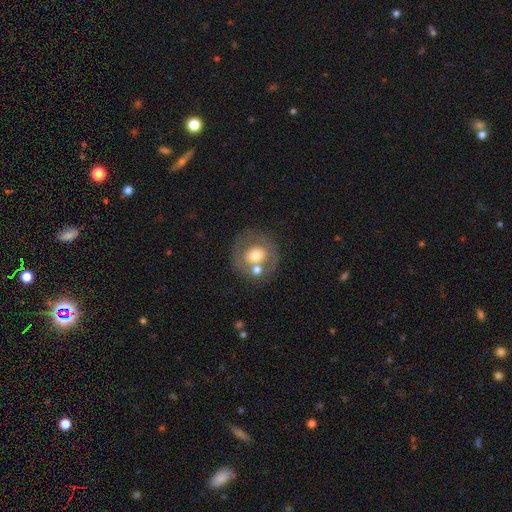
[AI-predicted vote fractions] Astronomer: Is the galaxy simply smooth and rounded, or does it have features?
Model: smooth — 52% (runner-up: featured or disk, 39%).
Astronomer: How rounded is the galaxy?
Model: round — 86%.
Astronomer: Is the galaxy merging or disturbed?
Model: none — 59%.